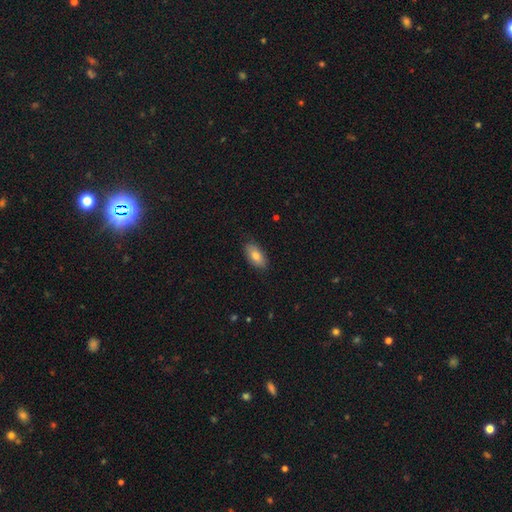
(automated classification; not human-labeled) Q: Smooth or featured?
A: smooth (78%); runner-up: featured or disk (15%)
Q: How rounded?
A: in between (90%); runner-up: cigar-shaped (7%)
Q: Merging?
A: none (86%); runner-up: minor disturbance (11%)